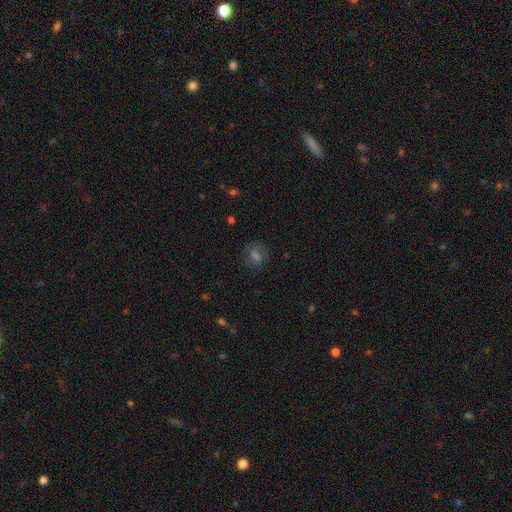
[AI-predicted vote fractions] A smooth galaxy with no disk features (49%).

Vote fractions:
- Smooth or featured? smooth: 49% / featured or disk: 28% / star or artifact: 23%
- Merging? none: 76% / minor disturbance: 15% / major disturbance: 7% / merger: 2%